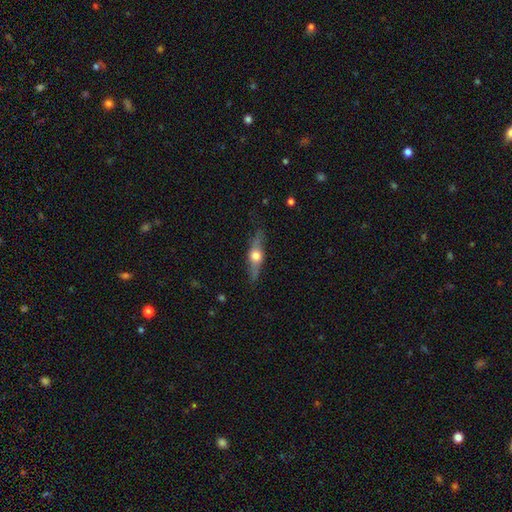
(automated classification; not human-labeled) Smooth or featured?
  - featured or disk: 64% *
  - smooth: 30%
  - star or artifact: 6%
Edge-on disk?
  - yes: 93% *
  - no: 7%
Edge-on bulge?
  - rounded: 95% *
  - boxy: 3%
  - none: 2%
Merging?
  - none: 83% *
  - minor disturbance: 13%
  - major disturbance: 3%
  - merger: 1%